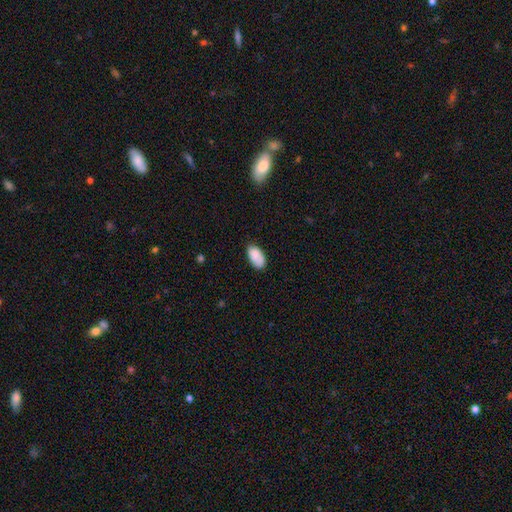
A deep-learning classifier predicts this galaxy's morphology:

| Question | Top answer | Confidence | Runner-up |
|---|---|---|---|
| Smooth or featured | smooth | 83% | featured or disk (10%) |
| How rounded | in between | 94% | round (3%) |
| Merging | none | 67% | minor disturbance (25%) |